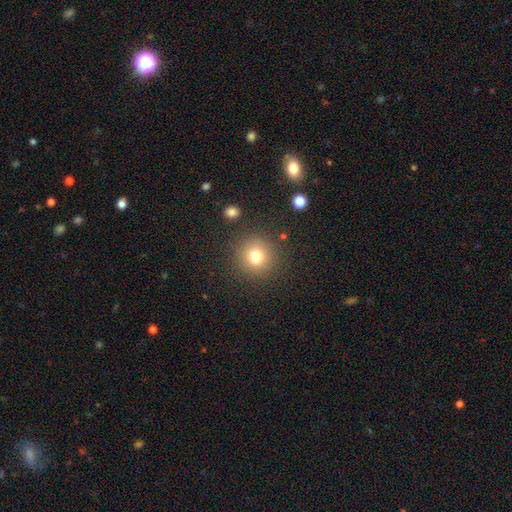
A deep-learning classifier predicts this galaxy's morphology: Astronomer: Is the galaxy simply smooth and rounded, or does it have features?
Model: smooth — 76%.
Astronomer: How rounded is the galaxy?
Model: round — 88%.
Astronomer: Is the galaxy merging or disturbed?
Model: none — 80%.